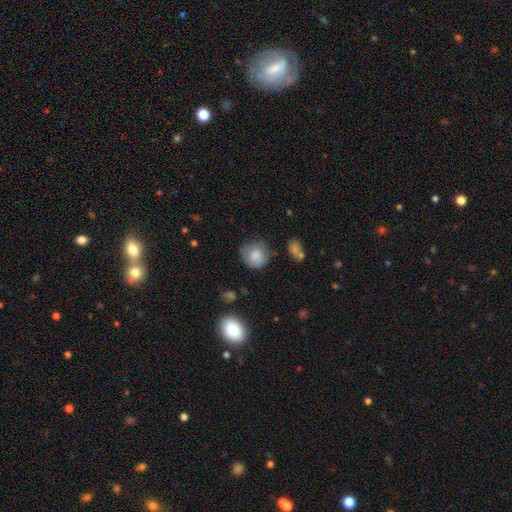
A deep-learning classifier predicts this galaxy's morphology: The model was most divided on "merging": none: 62%, minor disturbance: 25%, major disturbance: 10%, merger: 3%. More confident: how rounded — round (83%); smooth or featured — smooth (79%).